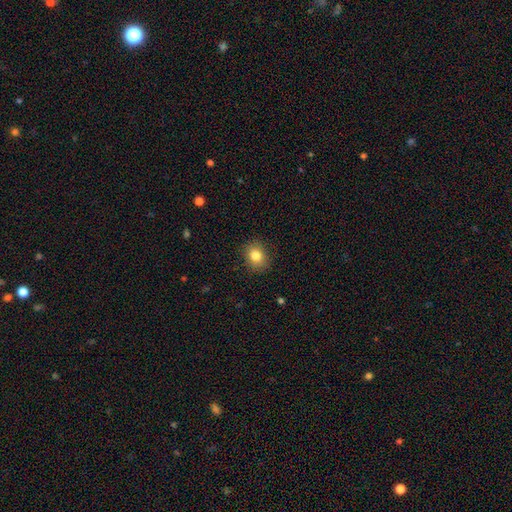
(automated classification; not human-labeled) This is clearly a smooth galaxy (83%). How rounded: possibly round (55%). Merging: clearly none (88%).